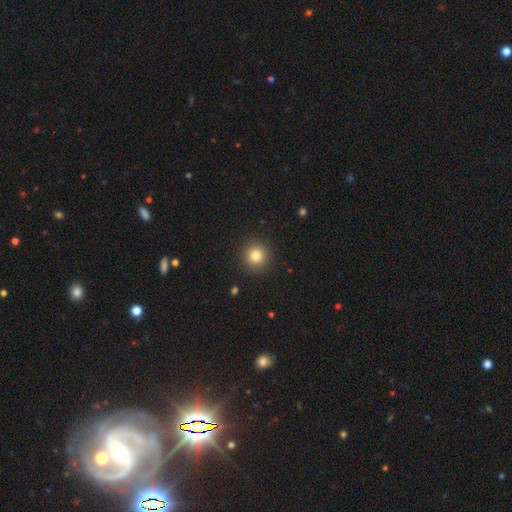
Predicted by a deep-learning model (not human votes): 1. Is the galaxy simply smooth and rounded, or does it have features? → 80% smooth, 12% star or artifact, 7% featured or disk.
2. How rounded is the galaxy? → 95% round, 4% in between, 1% cigar-shaped.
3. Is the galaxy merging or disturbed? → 92% none, 5% minor disturbance, 2% major disturbance, 1% merger.